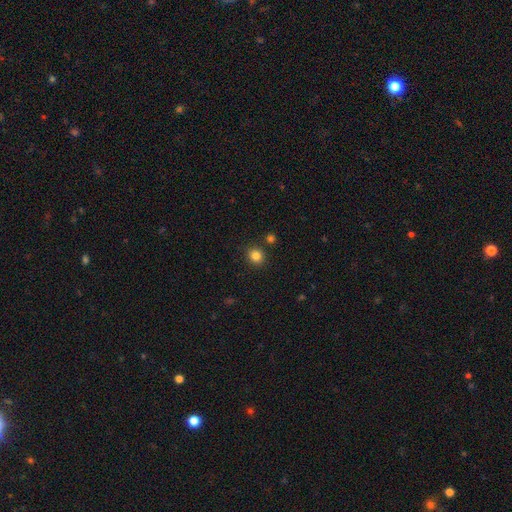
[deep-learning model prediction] smooth-or-featured: smooth: 83% | star or artifact: 12% | featured or disk: 4%
  how-rounded: round: 83% | in between: 16% | cigar-shaped: 1%
  merging: none: 87% | minor disturbance: 7% | merger: 4% | major disturbance: 2%